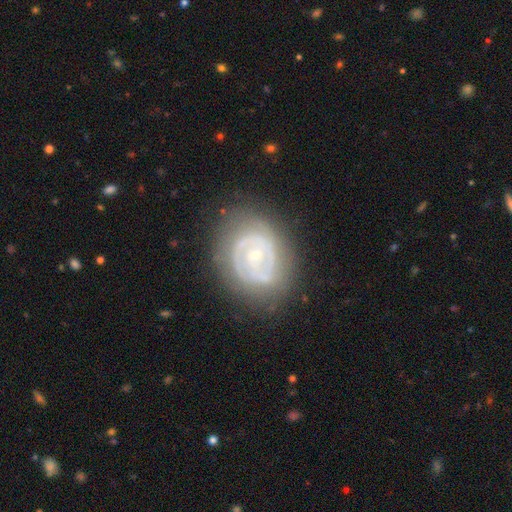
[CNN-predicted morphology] Smooth or featured? featured or disk (78%)
Edge-on disk? no (97%)
Bar? no (71%)
Spiral arms? yes (67%)
Spiral winding? tight (69%)
Spiral arm count? 2 (39%)
Bulge size? small (68%)
Merging? none (73%)